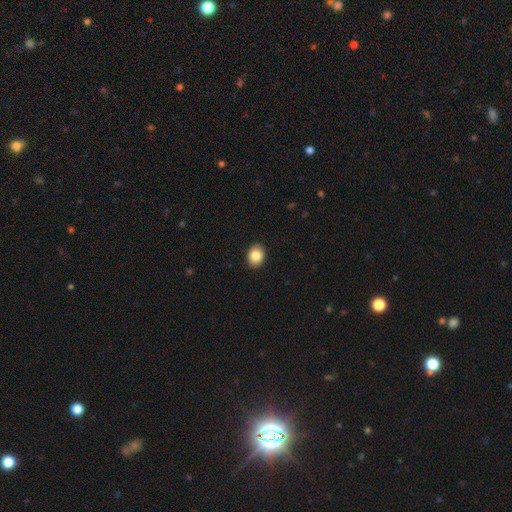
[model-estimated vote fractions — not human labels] The model was most divided on "how rounded": in between: 61%, round: 38%, cigar-shaped: 1%. More confident: merging — none (91%); smooth or featured — smooth (86%).